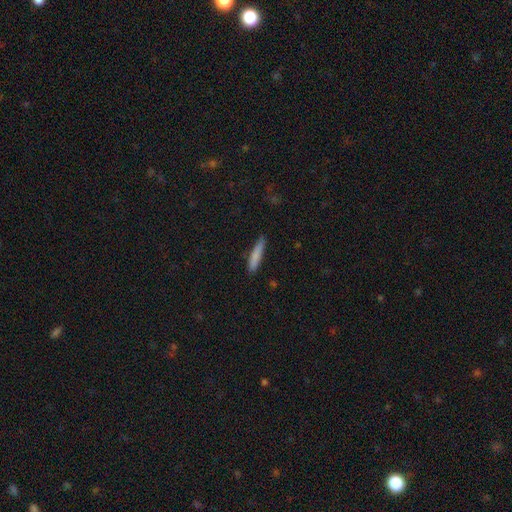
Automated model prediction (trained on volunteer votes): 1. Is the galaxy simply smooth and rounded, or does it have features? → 81% smooth, 13% featured or disk, 6% star or artifact.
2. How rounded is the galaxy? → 88% cigar-shaped, 11% in between, 1% round.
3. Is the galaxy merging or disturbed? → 81% none, 15% minor disturbance, 2% major disturbance, 2% merger.